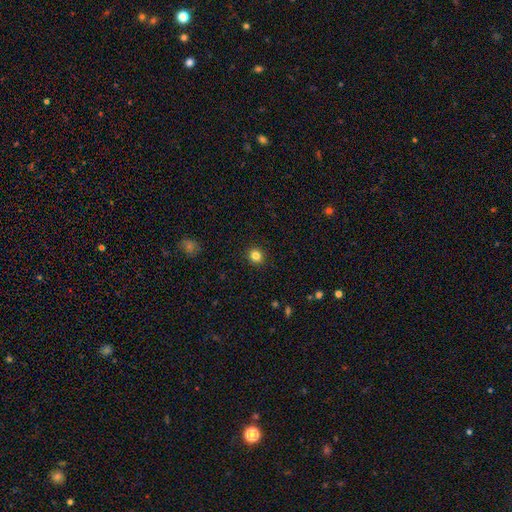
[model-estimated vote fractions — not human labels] Smooth or featured?
  - smooth: 83% *
  - star or artifact: 12%
  - featured or disk: 5%
How rounded?
  - round: 91% *
  - in between: 8%
  - cigar-shaped: 1%
Merging?
  - none: 92% *
  - minor disturbance: 5%
  - major disturbance: 2%
  - merger: 1%